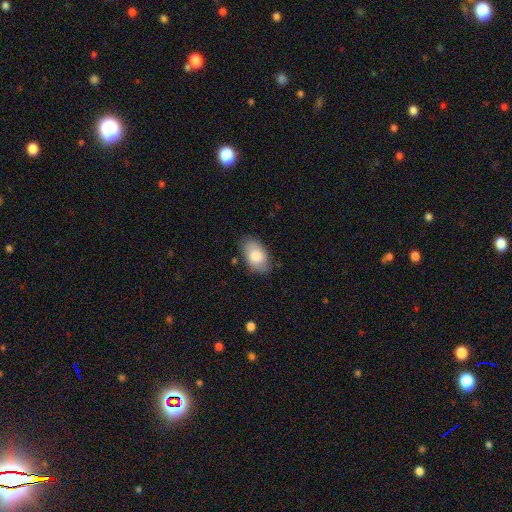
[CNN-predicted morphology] This appears to be a smooth galaxy with no disk features (77%) that is in between round and cigar-shaped (93%). Merging: none (78%).